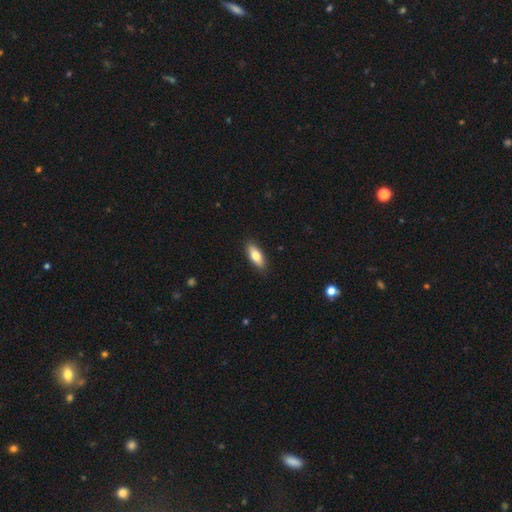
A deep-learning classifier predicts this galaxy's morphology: Smooth or featured: smooth — 75% (featured or disk — 19%)
How rounded: in between — 71% (cigar-shaped — 26%)
Merging: none — 89% (minor disturbance — 8%)